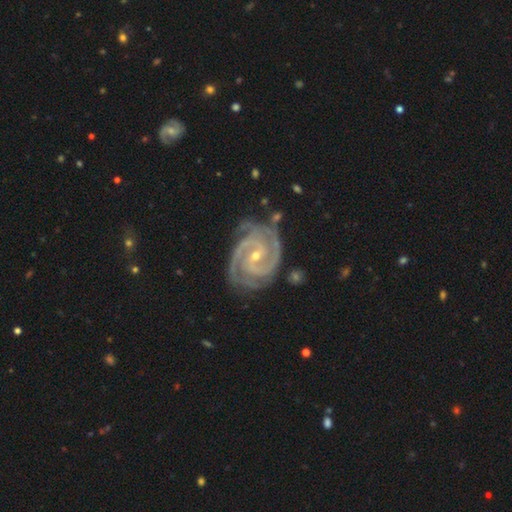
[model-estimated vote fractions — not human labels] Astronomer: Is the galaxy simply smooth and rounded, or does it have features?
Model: featured or disk — 93%.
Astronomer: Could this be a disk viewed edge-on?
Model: no — 98%.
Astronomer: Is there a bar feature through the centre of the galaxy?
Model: weak — 40% (runner-up: no, 37%).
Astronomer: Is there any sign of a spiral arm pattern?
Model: yes — 99%.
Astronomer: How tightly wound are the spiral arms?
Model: tight — 68%.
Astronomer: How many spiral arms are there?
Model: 2 — 49% (runner-up: 3, 30%).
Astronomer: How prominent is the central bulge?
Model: small — 68%.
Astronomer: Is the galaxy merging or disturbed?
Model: none — 71%.